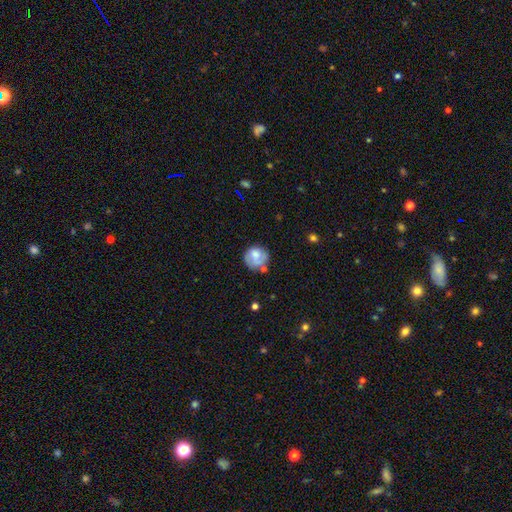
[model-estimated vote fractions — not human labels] Smooth or featured?
  - smooth: 63% *
  - featured or disk: 29%
  - star or artifact: 8%
How rounded?
  - round: 84% *
  - in between: 15%
  - cigar-shaped: 1%
Merging?
  - none: 59% *
  - minor disturbance: 24%
  - major disturbance: 10%
  - merger: 8%